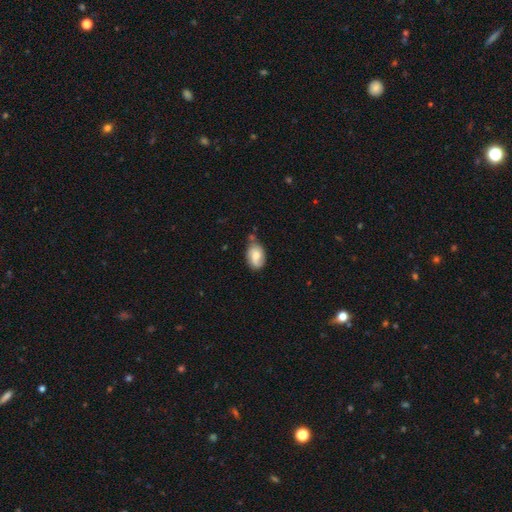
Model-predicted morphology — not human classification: Smooth or featured? smooth (60%)
How rounded? in between (84%)
Merging? none (56%)